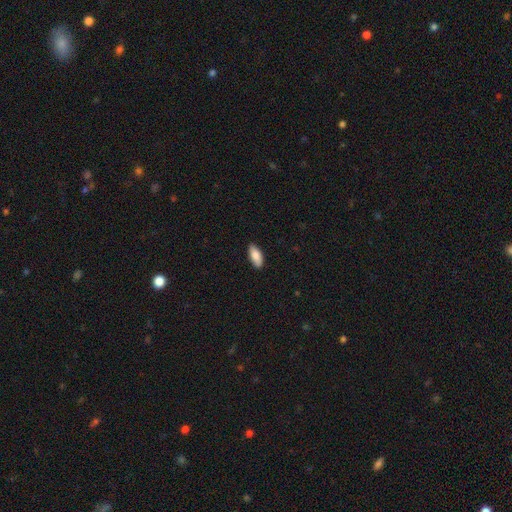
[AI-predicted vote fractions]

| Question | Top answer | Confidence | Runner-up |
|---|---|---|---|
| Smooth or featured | smooth | 86% | featured or disk (8%) |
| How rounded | in between | 84% | cigar-shaped (14%) |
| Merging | none | 87% | minor disturbance (11%) |